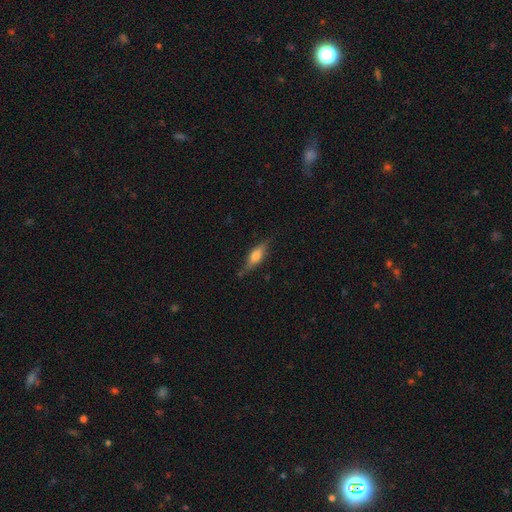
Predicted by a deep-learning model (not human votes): Overall: featured or disk (47%; smooth 46%). Merging: none (76%).